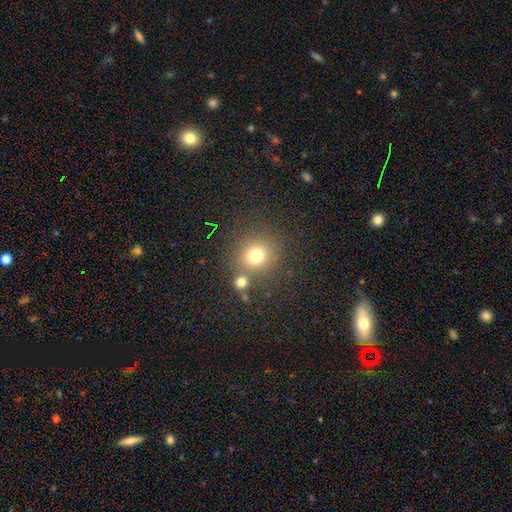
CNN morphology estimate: The model was most divided on "smooth or featured": smooth: 73%, star or artifact: 18%, featured or disk: 9%. More confident: how rounded — round (89%); merging — none (74%).